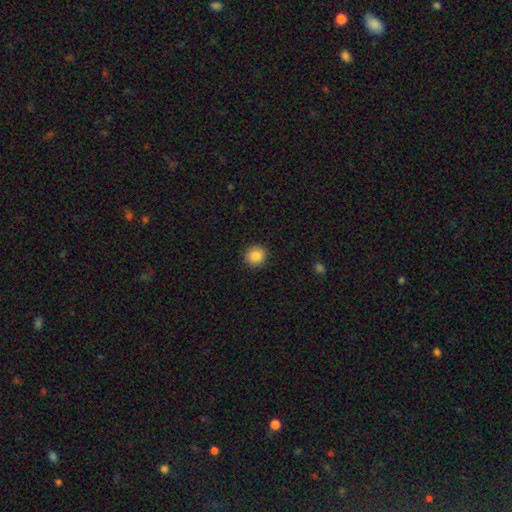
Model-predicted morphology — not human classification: smooth 88%, star or artifact 9%, featured or disk 4%. Down the decision tree: how rounded — round (90%); merging — none (91%).